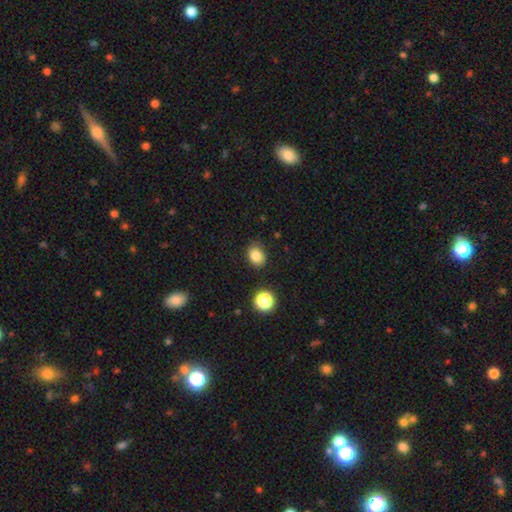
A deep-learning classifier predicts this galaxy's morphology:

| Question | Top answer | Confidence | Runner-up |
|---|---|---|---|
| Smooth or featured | smooth | 84% | star or artifact (12%) |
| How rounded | in between | 55% | round (44%) |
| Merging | none | 81% | minor disturbance (13%) |